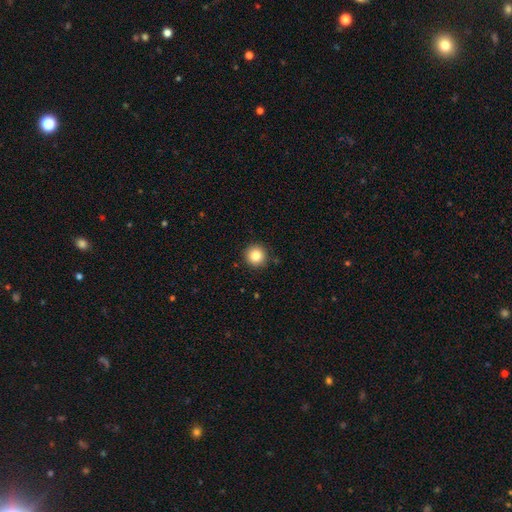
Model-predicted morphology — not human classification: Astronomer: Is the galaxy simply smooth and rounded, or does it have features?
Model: smooth — 84%.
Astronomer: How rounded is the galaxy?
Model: round — 95%.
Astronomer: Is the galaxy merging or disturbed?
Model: none — 91%.